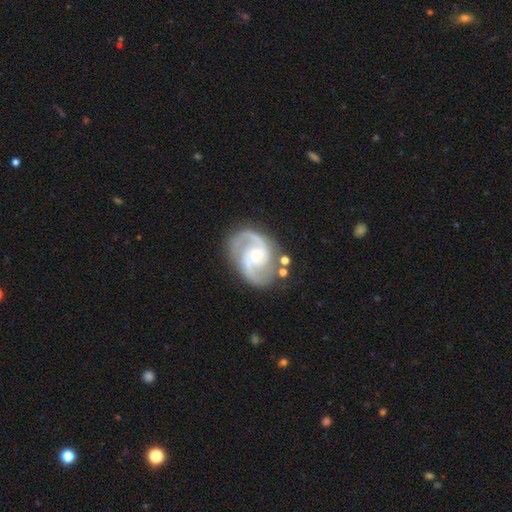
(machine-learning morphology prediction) type=featured or disk (91%); edge-on=no (98%); bar=no (58%); spiral arms=yes (98%); winding=medium (61%); arm count=2 (90%); bulge=small (57%); merging=none (78%).